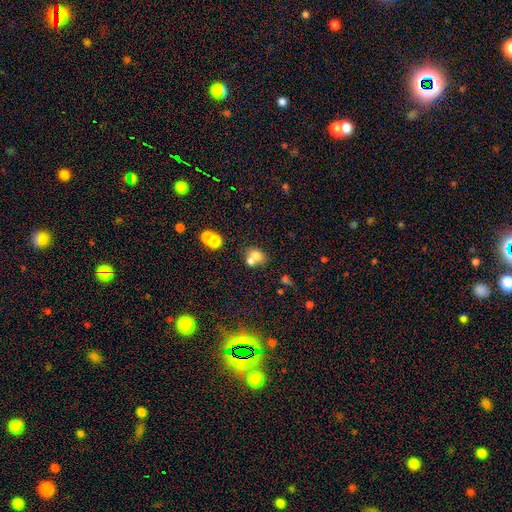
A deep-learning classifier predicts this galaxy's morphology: This appears to be a smooth galaxy with no disk features (68%) that is in between round and cigar-shaped (50%). Merging: merger (54%).